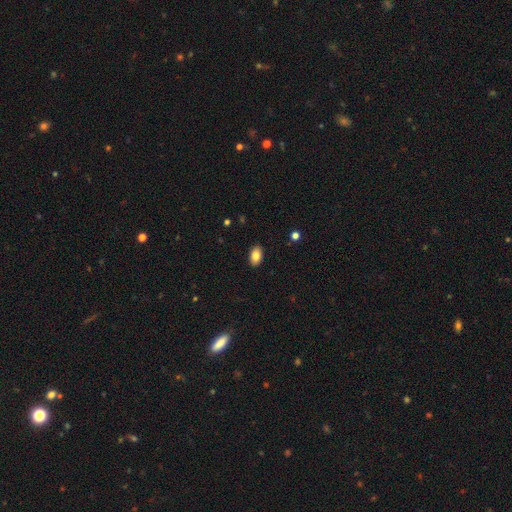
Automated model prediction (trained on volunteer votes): This appears to be a smooth galaxy with no disk features (85%) that is in between round and cigar-shaped (91%). Merging: none (90%).